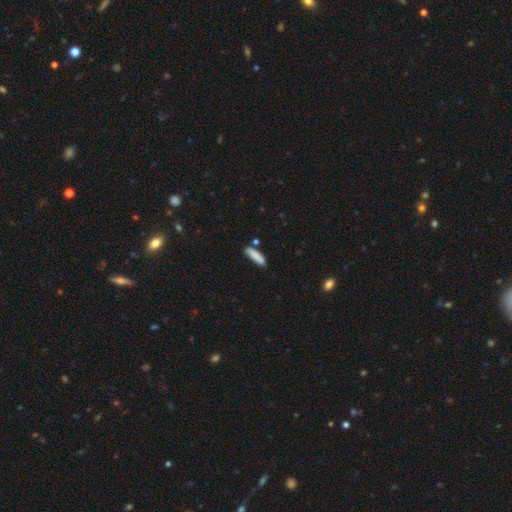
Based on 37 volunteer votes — Smooth or featured?
  - smooth: 78% *
  - featured or disk: 19%
  - star or artifact: 3%
How rounded?
  - cigar-shaped: 62% *
  - in between: 38%
  - round: 0%
Merging?
  - none: 67% *
  - minor disturbance: 25%
  - merger: 8%
  - major disturbance: 0%